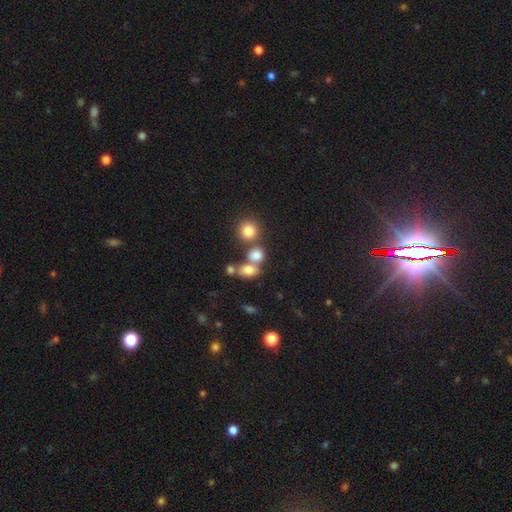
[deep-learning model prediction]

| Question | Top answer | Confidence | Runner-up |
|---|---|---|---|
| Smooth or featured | smooth | 76% | star or artifact (14%) |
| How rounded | round | 52% | in between (46%) |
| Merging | none | 47% | merger (37%) |